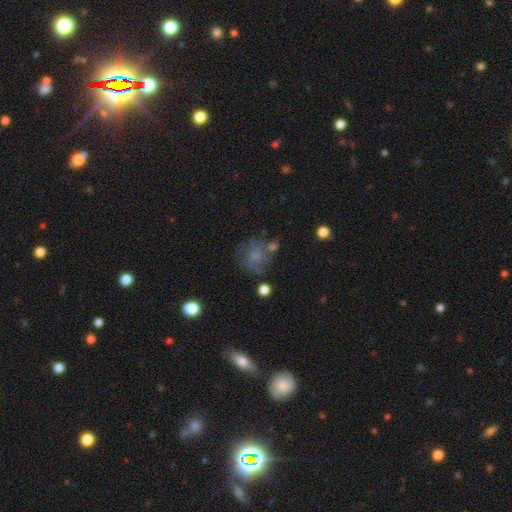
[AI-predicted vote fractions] A smooth galaxy with no disk features (61%) that is round (83%). Merging: none (60%).